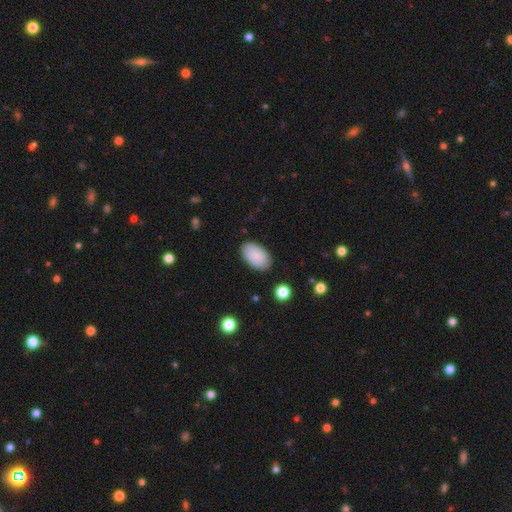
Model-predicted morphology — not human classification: Smooth or featured?
  - smooth: 86% *
  - featured or disk: 7%
  - star or artifact: 6%
How rounded?
  - in between: 94% *
  - round: 4%
  - cigar-shaped: 1%
Merging?
  - none: 84% *
  - minor disturbance: 12%
  - major disturbance: 3%
  - merger: 1%